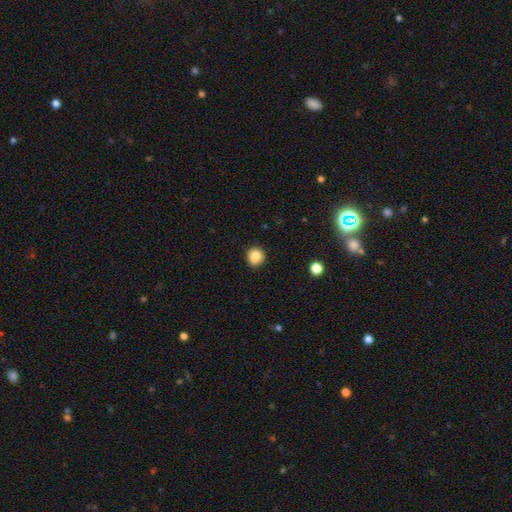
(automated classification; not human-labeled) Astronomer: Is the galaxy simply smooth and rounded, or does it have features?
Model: smooth — 85%.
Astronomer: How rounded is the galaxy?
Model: round — 88%.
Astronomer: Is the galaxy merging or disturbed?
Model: none — 88%.